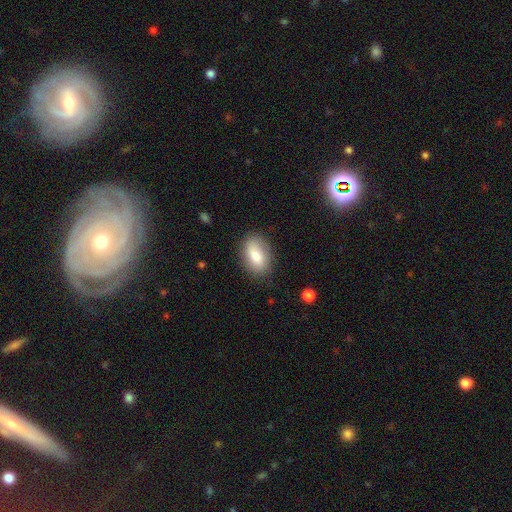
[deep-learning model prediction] A smooth galaxy with no disk features (81%) that is in between round and cigar-shaped (90%).

Vote fractions:
- Smooth or featured? smooth: 81% / featured or disk: 12% / star or artifact: 7%
- How rounded? in between: 90% / round: 7% / cigar-shaped: 3%
- Merging? none: 81% / minor disturbance: 14% / major disturbance: 4% / merger: 1%